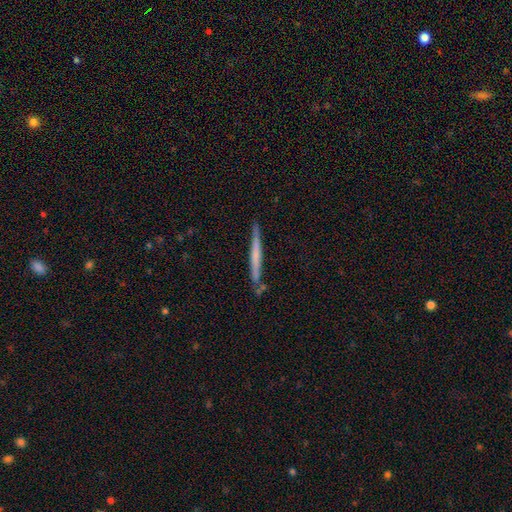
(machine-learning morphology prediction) A featured or disk galaxy (48%).

Vote fractions:
- Smooth or featured? featured or disk: 48% / smooth: 46% / star or artifact: 6%
- Merging? none: 83% / minor disturbance: 11% / merger: 4% / major disturbance: 2%